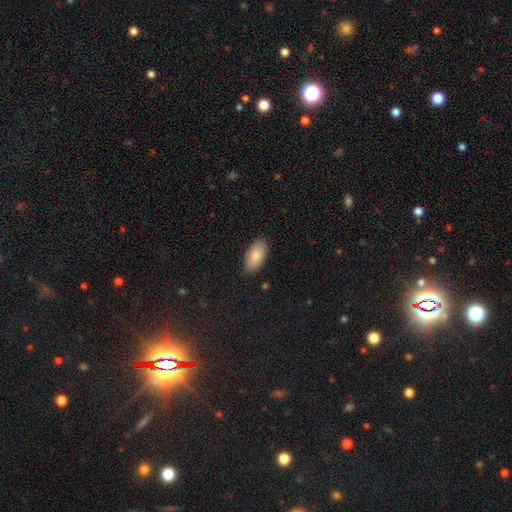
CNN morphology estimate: This appears to be a smooth galaxy with no disk features (87%) that is in between round and cigar-shaped (93%). Merging: none (87%).